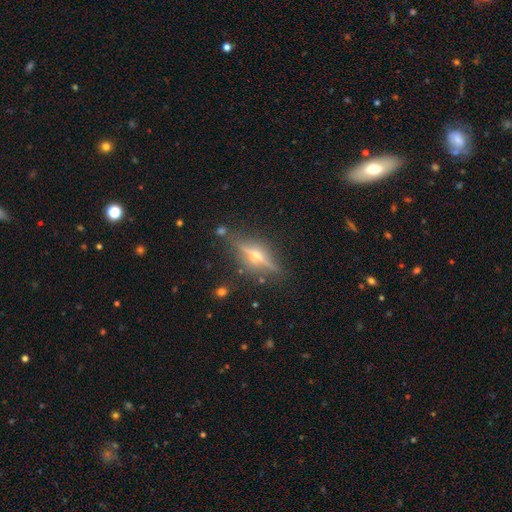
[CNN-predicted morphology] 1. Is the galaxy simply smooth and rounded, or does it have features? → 78% featured or disk, 13% smooth, 9% star or artifact.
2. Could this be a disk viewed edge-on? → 95% yes, 5% no.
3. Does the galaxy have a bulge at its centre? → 95% rounded, 3% boxy, 2% none.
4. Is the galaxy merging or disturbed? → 85% none, 10% minor disturbance, 3% major disturbance, 2% merger.